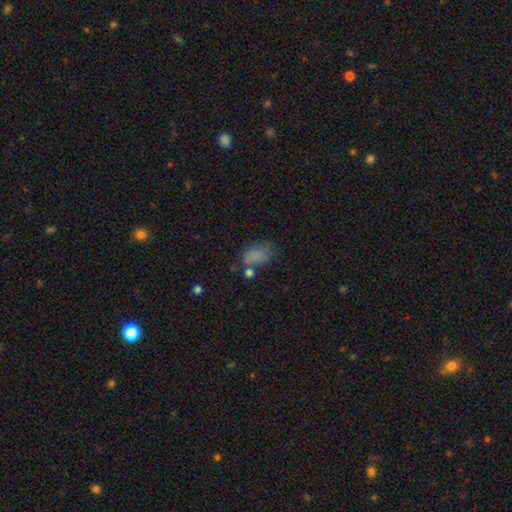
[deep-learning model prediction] smooth 75%, star or artifact 13%, featured or disk 12%. Down the decision tree: how rounded — in between (84%); merging — none (49%).